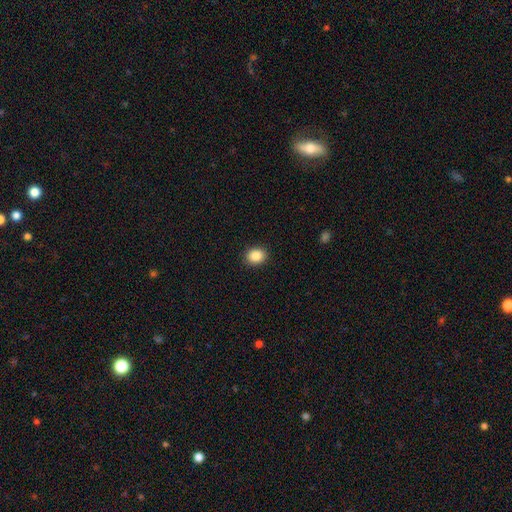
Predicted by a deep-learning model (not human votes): Smooth or featured: smooth — 88% (star or artifact — 9%)
How rounded: round — 55% (in between — 44%)
Merging: none — 91% (minor disturbance — 6%)